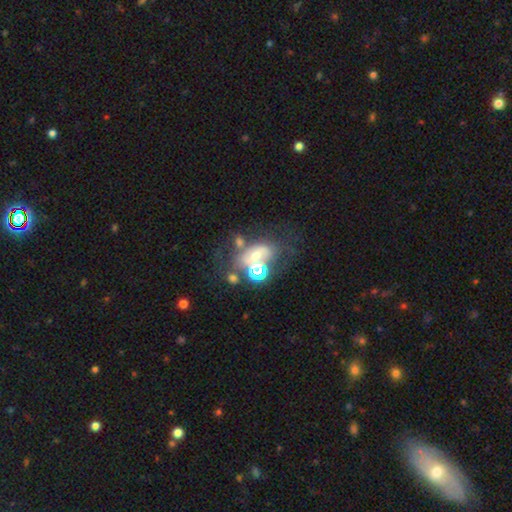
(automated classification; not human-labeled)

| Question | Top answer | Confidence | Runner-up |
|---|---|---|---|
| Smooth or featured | featured or disk | 41% | smooth (34%) |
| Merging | merger | 32% | none (30%) |